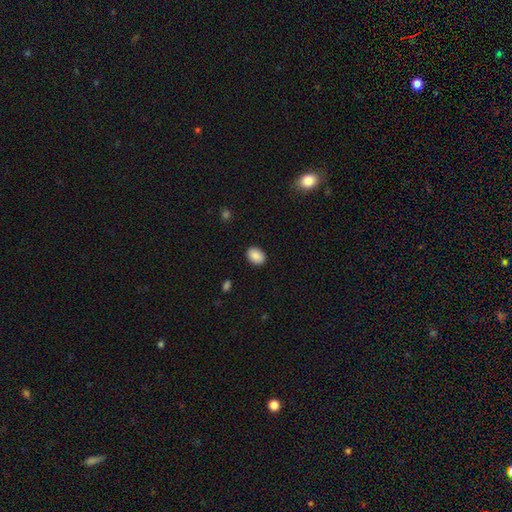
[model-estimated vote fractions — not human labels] smooth_or_featured: smooth (p=0.89) [alt: star or artifact p=0.07]
how_rounded: in between (p=0.73) [alt: round p=0.26]
merging: none (p=0.89) [alt: minor disturbance p=0.08]